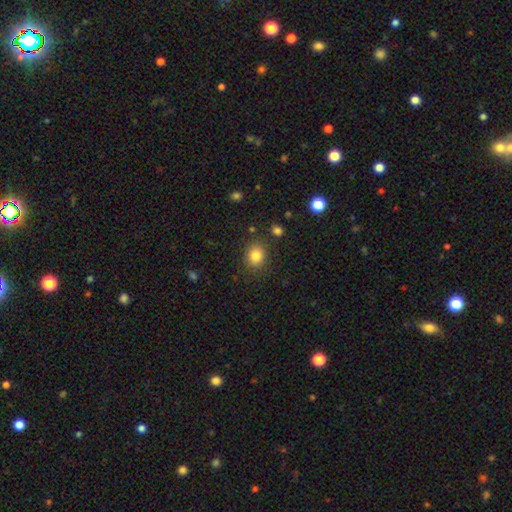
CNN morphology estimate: Smooth or featured?
  - smooth: 83% *
  - star or artifact: 11%
  - featured or disk: 6%
How rounded?
  - round: 61% *
  - in between: 39%
  - cigar-shaped: 1%
Merging?
  - none: 83% *
  - minor disturbance: 11%
  - major disturbance: 3%
  - merger: 3%